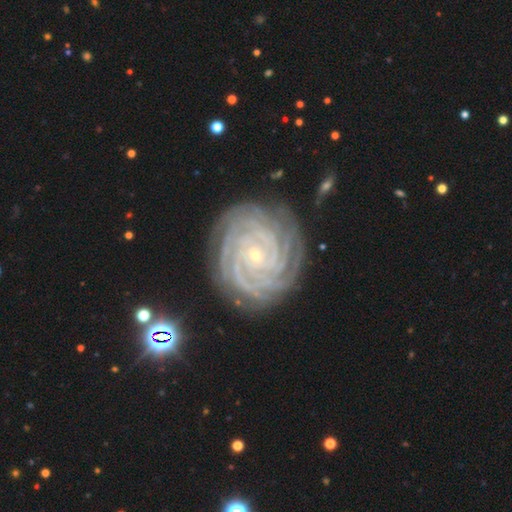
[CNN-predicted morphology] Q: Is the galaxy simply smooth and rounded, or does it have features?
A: featured or disk — 91%.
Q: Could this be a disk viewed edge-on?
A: no — 98%.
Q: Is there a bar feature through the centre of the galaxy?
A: no — 68%.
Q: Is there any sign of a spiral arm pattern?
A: yes — 99%.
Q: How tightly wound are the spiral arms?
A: tight — 89%.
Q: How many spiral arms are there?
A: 4 — 31%.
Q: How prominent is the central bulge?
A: small — 87%.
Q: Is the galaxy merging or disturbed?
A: none — 82%.